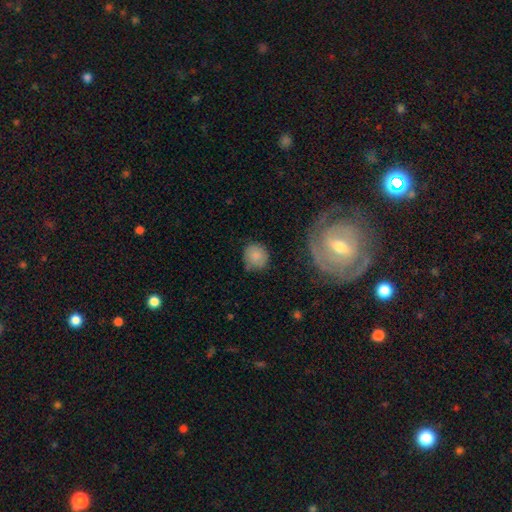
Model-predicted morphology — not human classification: Q: Smooth or featured?
A: smooth (81%); runner-up: featured or disk (12%)
Q: How rounded?
A: round (85%); runner-up: in between (14%)
Q: Merging?
A: none (71%); runner-up: minor disturbance (21%)